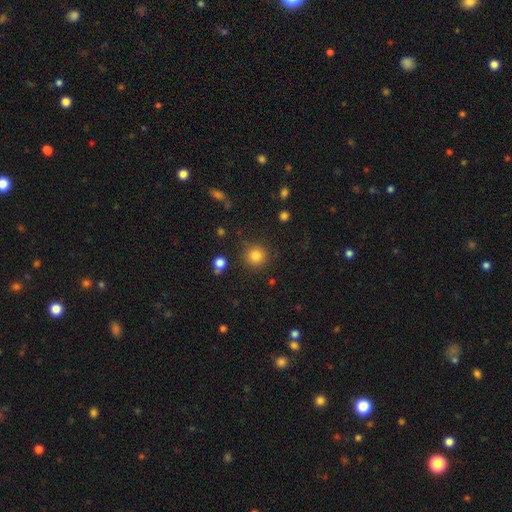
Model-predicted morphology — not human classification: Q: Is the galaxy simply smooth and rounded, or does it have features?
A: smooth — 84%.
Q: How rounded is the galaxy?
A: round — 93%.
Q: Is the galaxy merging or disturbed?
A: none — 86%.